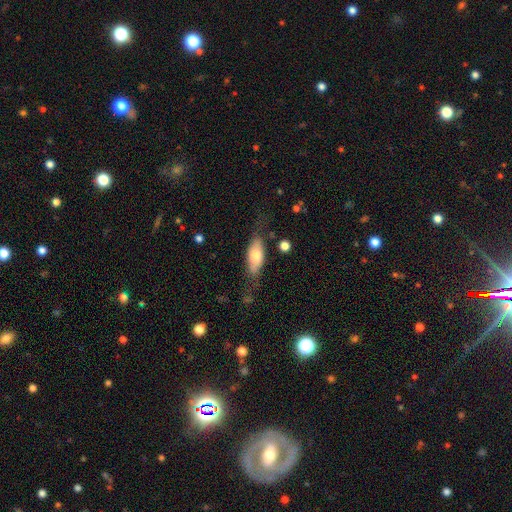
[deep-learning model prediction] Overall: smooth (66%; featured or disk 28%). How rounded: in between (80%). Merging: none (64%).